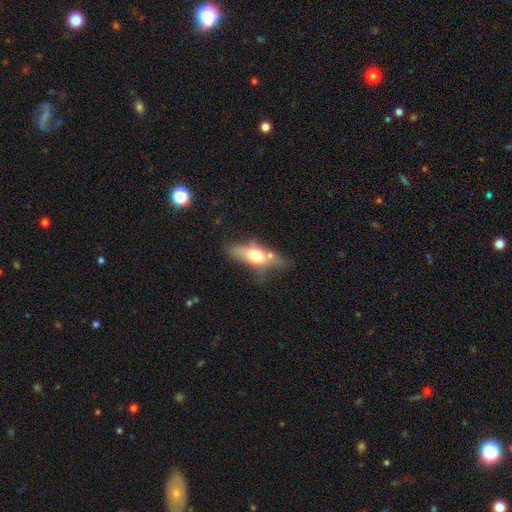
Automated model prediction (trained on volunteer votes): Q: Smooth or featured?
A: smooth (54%); runner-up: featured or disk (38%)
Q: How rounded?
A: in between (69%); runner-up: cigar-shaped (25%)
Q: Merging?
A: none (39%); runner-up: minor disturbance (26%)